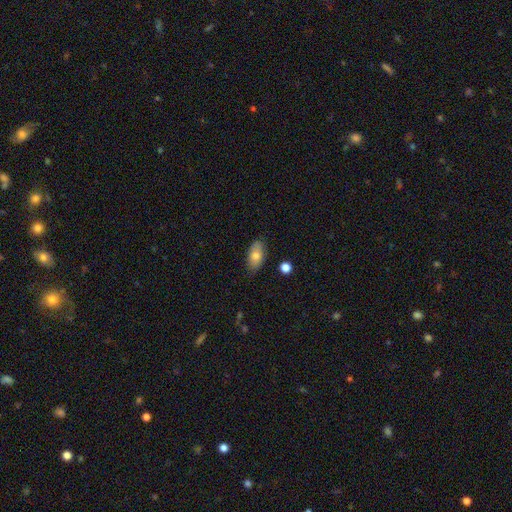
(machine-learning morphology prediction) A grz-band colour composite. It shows a smooth galaxy with no disk features (77%) that is in between round and cigar-shaped (91%). Merging: none (80%).